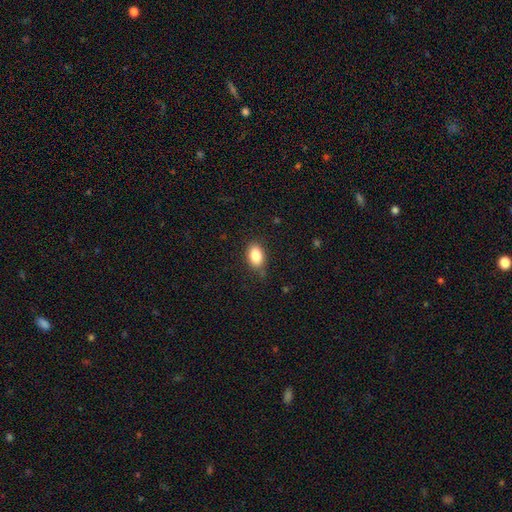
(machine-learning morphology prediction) Q: Smooth or featured?
A: smooth (86%); runner-up: star or artifact (8%)
Q: How rounded?
A: in between (86%); runner-up: round (13%)
Q: Merging?
A: none (79%); runner-up: minor disturbance (16%)